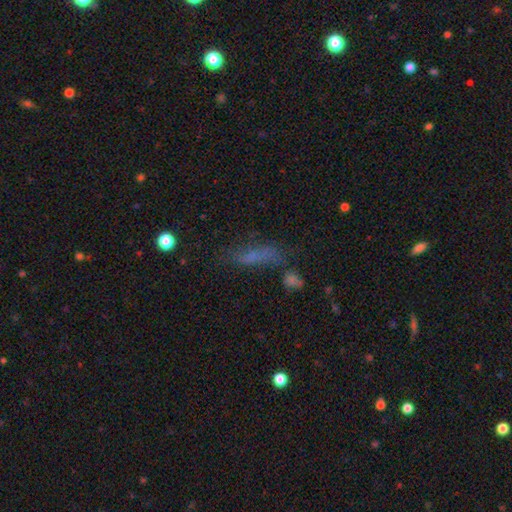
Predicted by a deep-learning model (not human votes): Smooth or featured: smooth — 55% (featured or disk — 25%)
How rounded: cigar-shaped — 65% (in between — 30%)
Merging: none — 55% (minor disturbance — 21%)